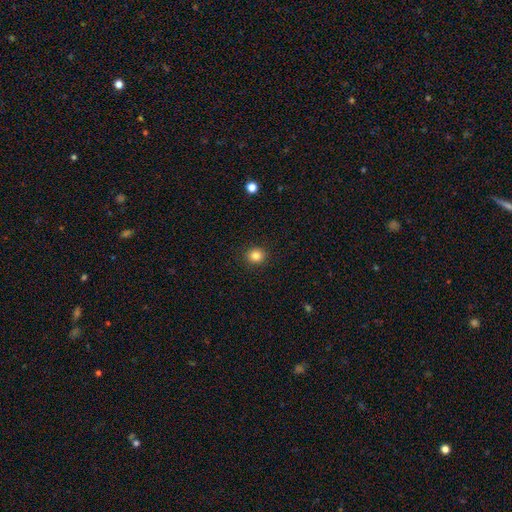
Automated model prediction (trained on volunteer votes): A smooth galaxy with no disk features (83%) that is round (86%). Merging: none (91%).